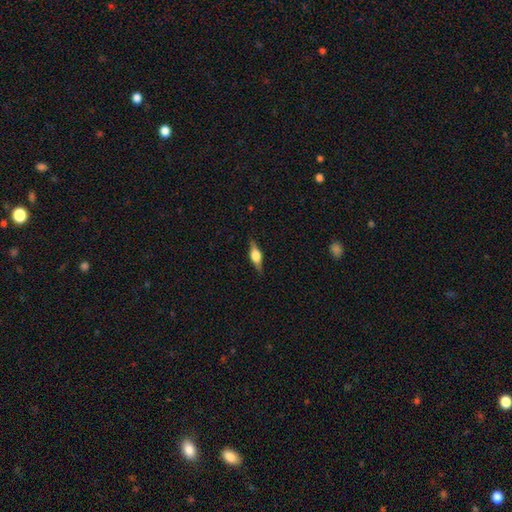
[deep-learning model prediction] Q: Smooth or featured?
A: featured or disk (64%); runner-up: smooth (29%)
Q: Edge-on disk?
A: yes (96%); runner-up: no (4%)
Q: Edge-on bulge?
A: rounded (90%); runner-up: boxy (8%)
Q: Merging?
A: none (87%); runner-up: minor disturbance (10%)